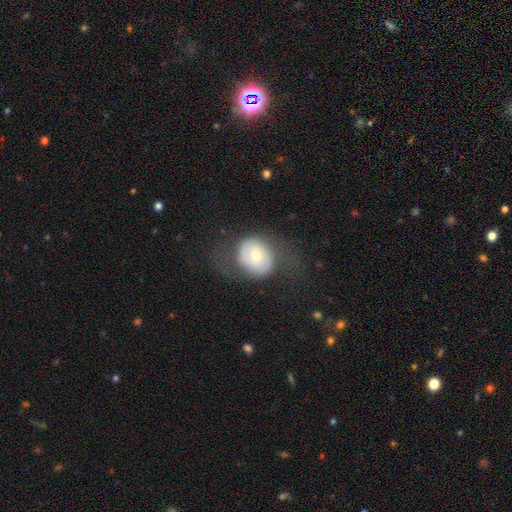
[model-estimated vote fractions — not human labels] Q: Smooth or featured?
A: smooth (52%); runner-up: featured or disk (40%)
Q: How rounded?
A: round (63%); runner-up: in between (36%)
Q: Merging?
A: none (54%); runner-up: major disturbance (22%)